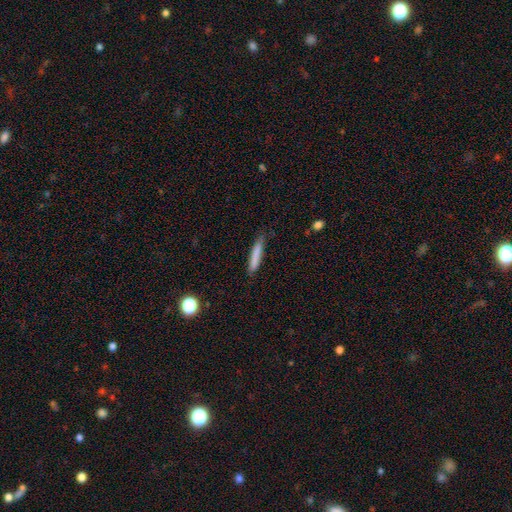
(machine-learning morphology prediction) A smooth galaxy with no disk features (80%) that is cigar-shaped (93%). Merging: none (78%).